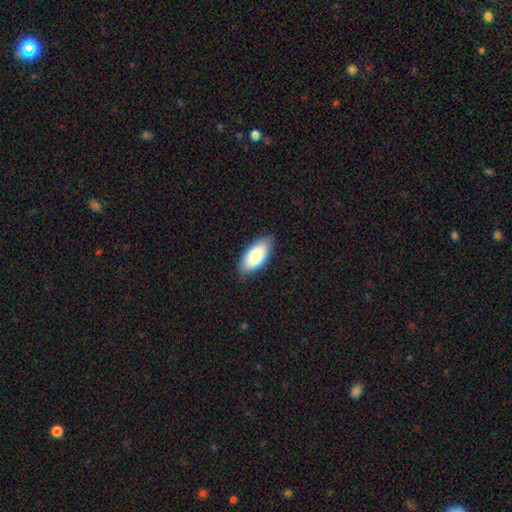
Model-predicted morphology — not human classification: Smooth or featured? Predicted: smooth (p=0.79). How rounded? Predicted: in between (p=0.93). Merging? Predicted: none (p=0.83).